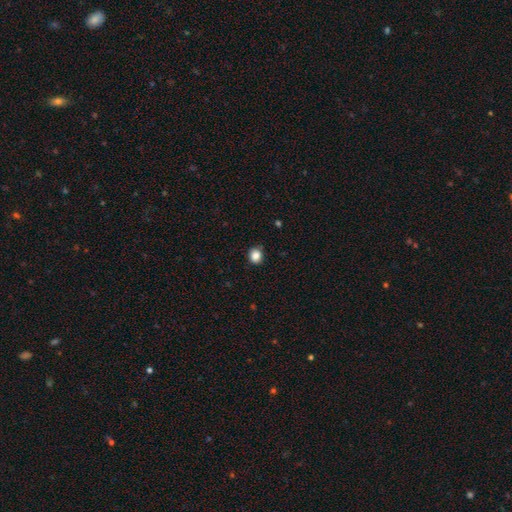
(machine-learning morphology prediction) A smooth galaxy with no disk features (86%) that is round (78%). Merging: none (84%).